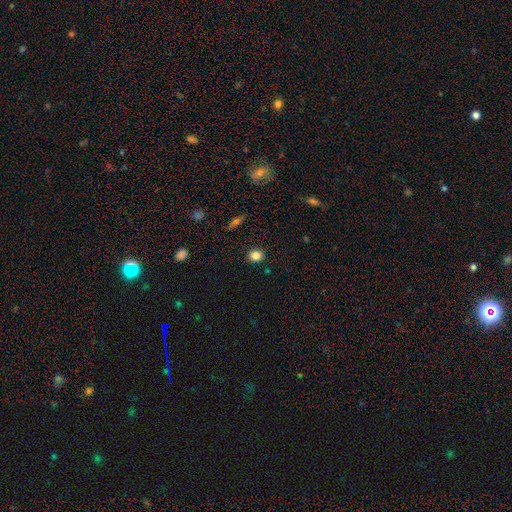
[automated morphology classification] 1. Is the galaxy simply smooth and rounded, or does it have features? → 82% smooth, 12% star or artifact, 6% featured or disk.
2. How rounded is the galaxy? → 75% round, 24% in between, 1% cigar-shaped.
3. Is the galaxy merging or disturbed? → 90% none, 7% minor disturbance, 2% major disturbance, 1% merger.